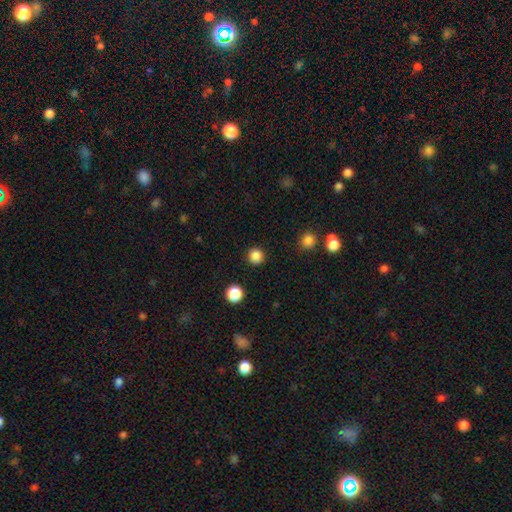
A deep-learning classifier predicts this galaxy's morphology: Smooth or featured? Predicted: smooth (p=0.85). How rounded? Predicted: round (p=0.95). Merging? Predicted: none (p=0.91).